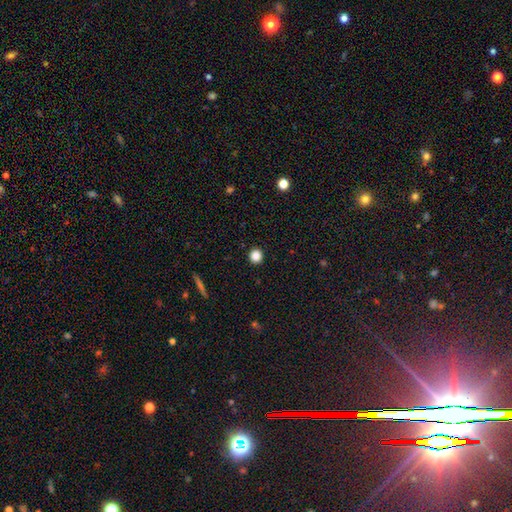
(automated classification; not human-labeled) Smooth or featured? smooth (85%)
How rounded? round (94%)
Merging? none (93%)